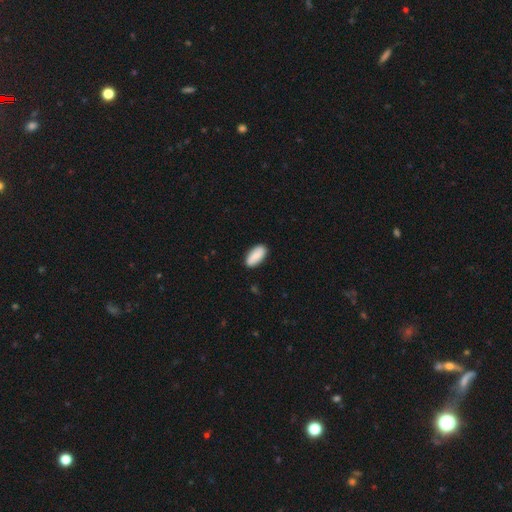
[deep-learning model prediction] Smooth or featured? smooth (85%)
How rounded? in between (89%)
Merging? none (88%)